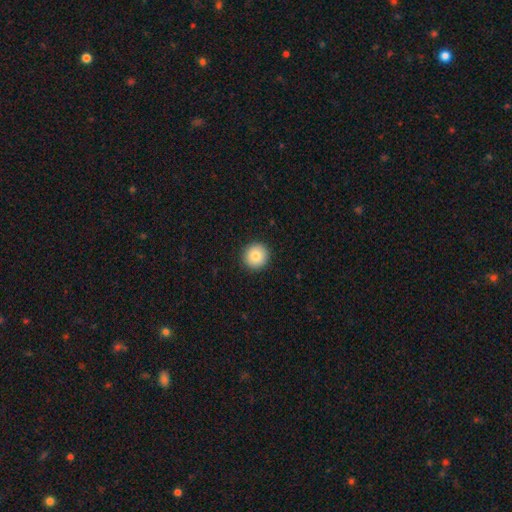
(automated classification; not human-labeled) Smooth or featured?
  - smooth: 84% *
  - star or artifact: 8%
  - featured or disk: 8%
How rounded?
  - round: 95% *
  - in between: 4%
  - cigar-shaped: 1%
Merging?
  - none: 93% *
  - minor disturbance: 5%
  - major disturbance: 2%
  - merger: 1%